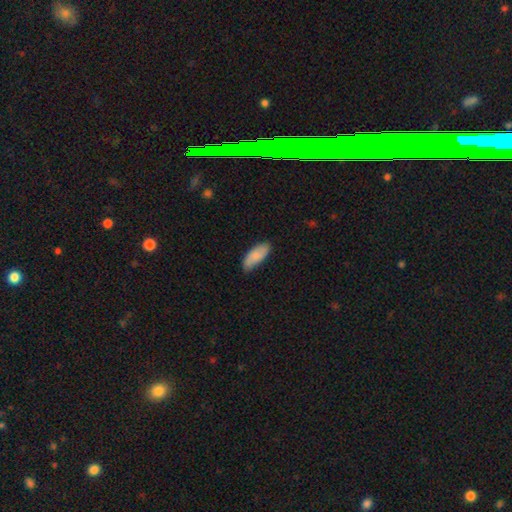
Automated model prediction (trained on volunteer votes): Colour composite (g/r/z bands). It shows a smooth galaxy with no disk features (81%) that is in between round and cigar-shaped (83%). Merging: none (77%).